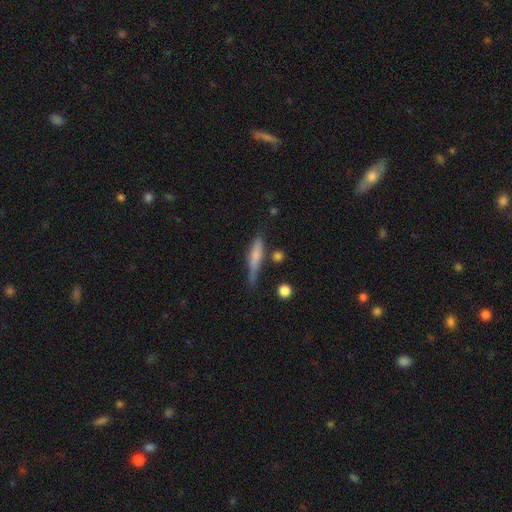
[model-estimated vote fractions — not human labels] smooth_or_featured: smooth (p=0.62) [alt: featured or disk p=0.30]
how_rounded: cigar-shaped (p=0.83) [alt: in between p=0.14]
merging: none (p=0.58) [alt: minor disturbance p=0.27]